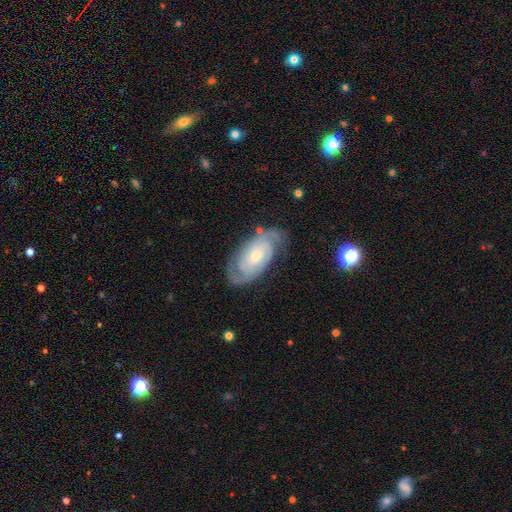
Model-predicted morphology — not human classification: Smooth or featured? featured or disk (85%)
Edge-on disk? no (95%)
Bar? no (66%)
Spiral arms? yes (96%)
Spiral winding? tight (63%)
Spiral arm count? 2 (79%)
Bulge size? small (51%)
Merging? none (79%)